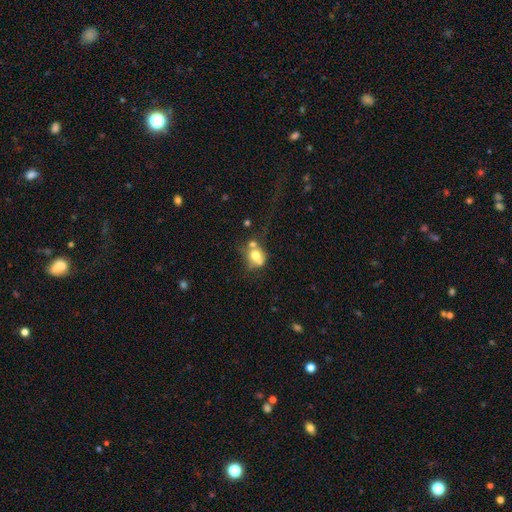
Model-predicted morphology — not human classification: Smooth or featured? Predicted: smooth (p=0.64). How rounded? Predicted: round (p=0.59). Merging? Predicted: merger (p=0.40).